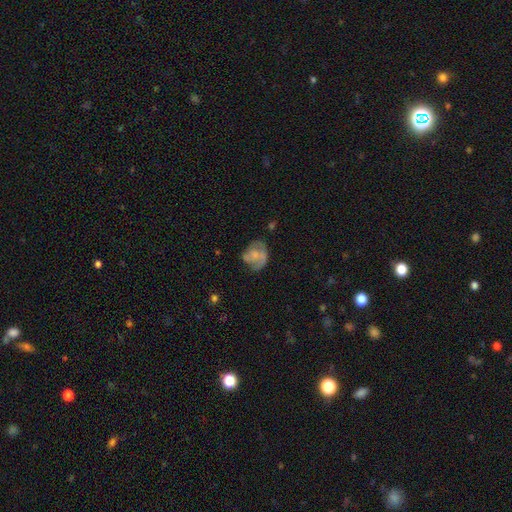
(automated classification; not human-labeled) smooth_or_featured: featured or disk (p=0.50) [alt: smooth p=0.41]
disk_edge_on: no (p=0.97) [alt: yes p=0.03]
merging: none (p=0.45) [alt: minor disturbance p=0.28]